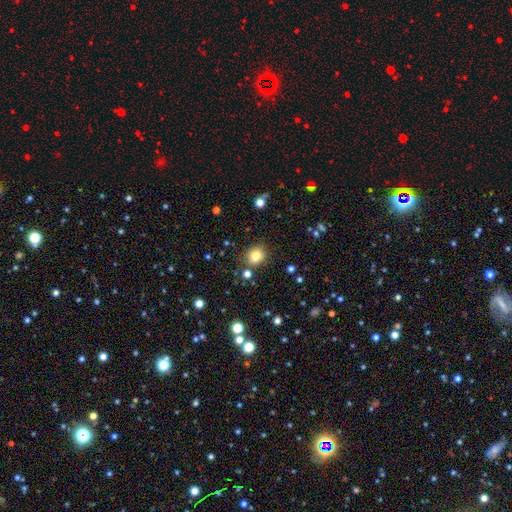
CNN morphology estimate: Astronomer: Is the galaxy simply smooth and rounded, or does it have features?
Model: smooth — 80%.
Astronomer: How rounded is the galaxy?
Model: round — 75%.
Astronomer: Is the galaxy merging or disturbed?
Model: none — 82%.